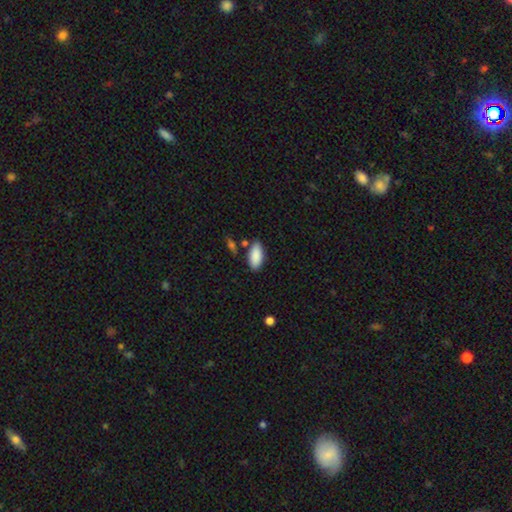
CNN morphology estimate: This is clearly a smooth galaxy (89%). How rounded: clearly in between (90%). Merging: likely none (78%).